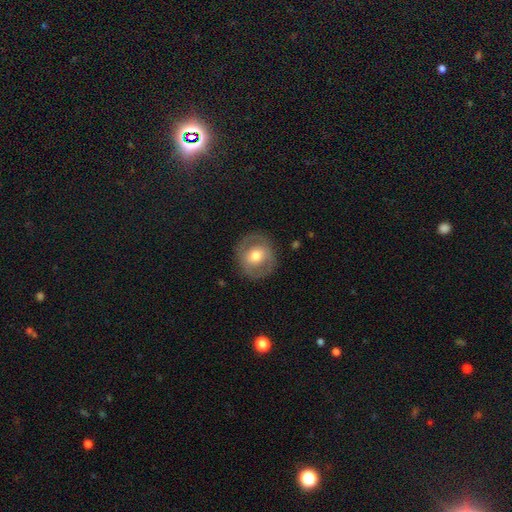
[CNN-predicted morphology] This appears to be a smooth galaxy with no disk features (48%). Merging: none (82%).